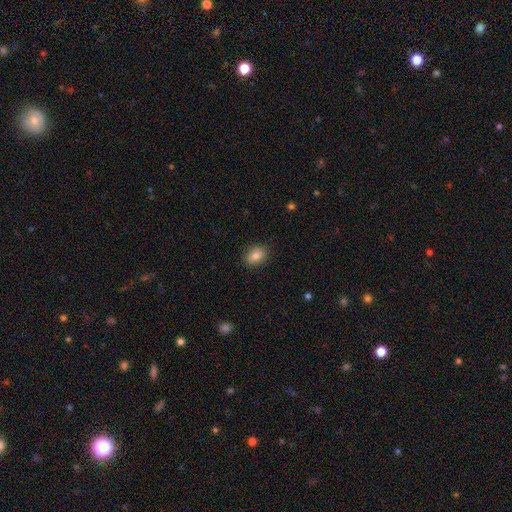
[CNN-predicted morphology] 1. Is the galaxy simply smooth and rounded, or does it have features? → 83% smooth, 9% star or artifact, 8% featured or disk.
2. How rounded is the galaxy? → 70% in between, 28% round, 1% cigar-shaped.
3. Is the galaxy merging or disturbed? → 87% none, 9% minor disturbance, 2% major disturbance, 1% merger.